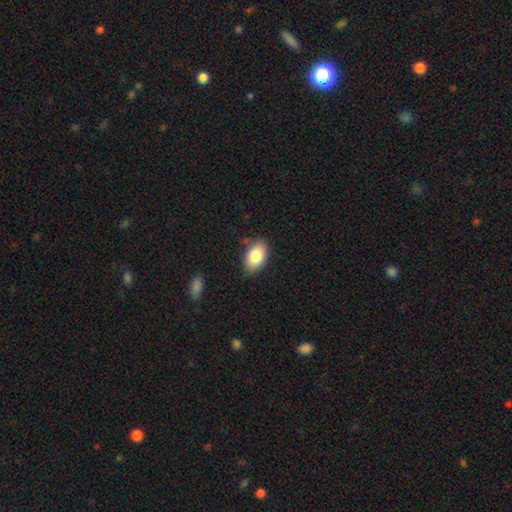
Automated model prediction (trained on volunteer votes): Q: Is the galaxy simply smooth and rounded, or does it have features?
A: smooth — 84%.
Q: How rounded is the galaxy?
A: in between — 91%.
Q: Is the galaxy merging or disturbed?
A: none — 81%.